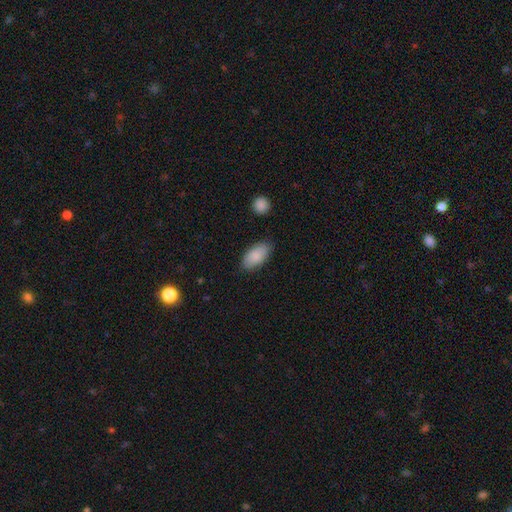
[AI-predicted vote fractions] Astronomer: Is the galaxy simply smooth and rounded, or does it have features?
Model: smooth — 88%.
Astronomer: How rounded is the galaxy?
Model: in between — 93%.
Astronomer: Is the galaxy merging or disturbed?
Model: none — 82%.